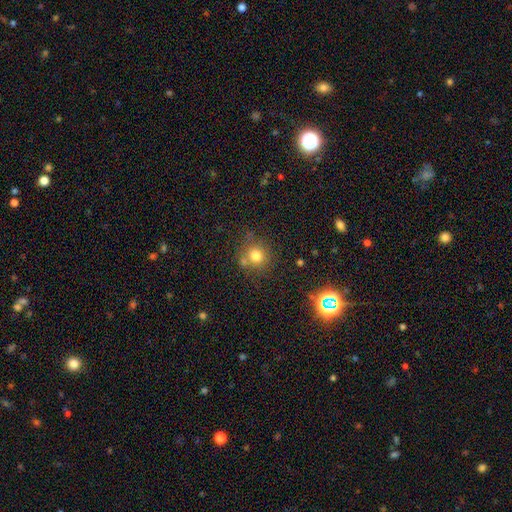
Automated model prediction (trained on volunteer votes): Smooth or featured? smooth (77%)
How rounded? round (90%)
Merging? none (70%)